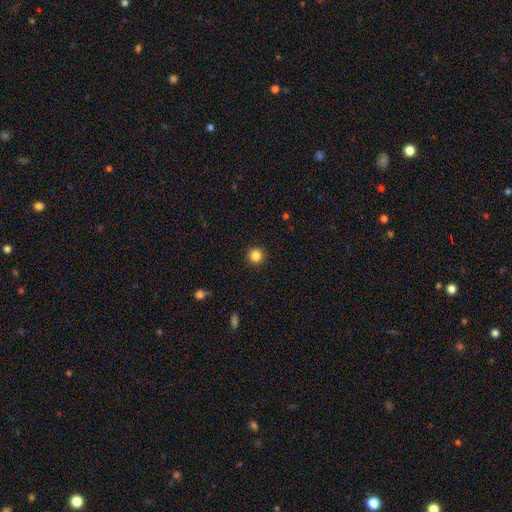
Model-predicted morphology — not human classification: smooth-or-featured: smooth: 85% | star or artifact: 11% | featured or disk: 4%
  how-rounded: round: 95% | in between: 4% | cigar-shaped: 1%
  merging: none: 92% | minor disturbance: 5% | major disturbance: 2% | merger: 1%